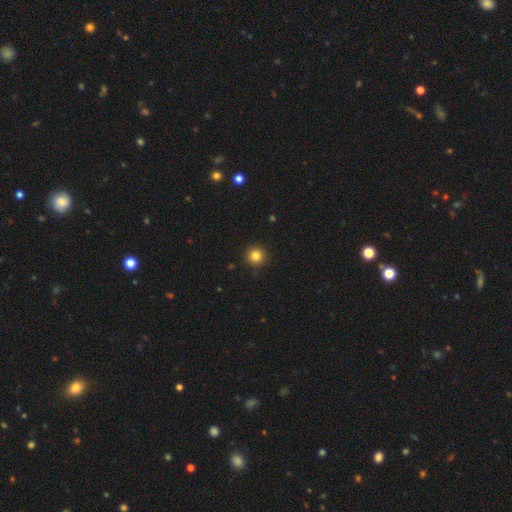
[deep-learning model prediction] smooth-or-featured: smooth: 83% | star or artifact: 12% | featured or disk: 5%
  how-rounded: round: 95% | in between: 4% | cigar-shaped: 1%
  merging: none: 92% | minor disturbance: 5% | major disturbance: 2% | merger: 1%